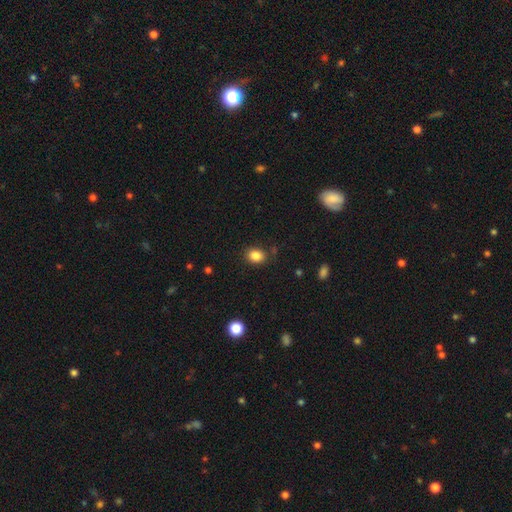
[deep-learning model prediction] Smooth or featured?
  - smooth: 85% *
  - star or artifact: 10%
  - featured or disk: 5%
How rounded?
  - in between: 54% *
  - round: 45%
  - cigar-shaped: 1%
Merging?
  - none: 84% *
  - minor disturbance: 11%
  - major disturbance: 3%
  - merger: 3%